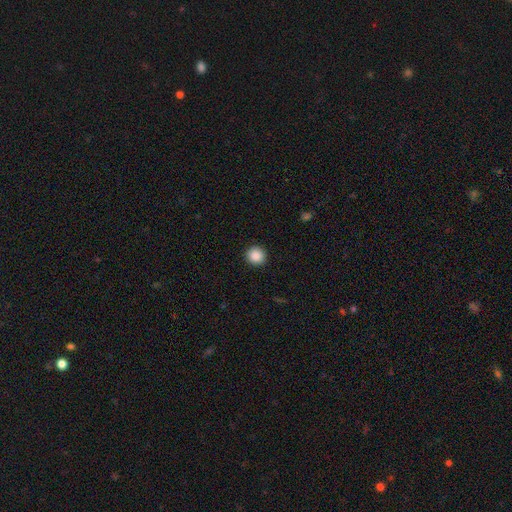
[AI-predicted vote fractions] A smooth galaxy with no disk features (88%) that is round (93%). Merging: none (92%).